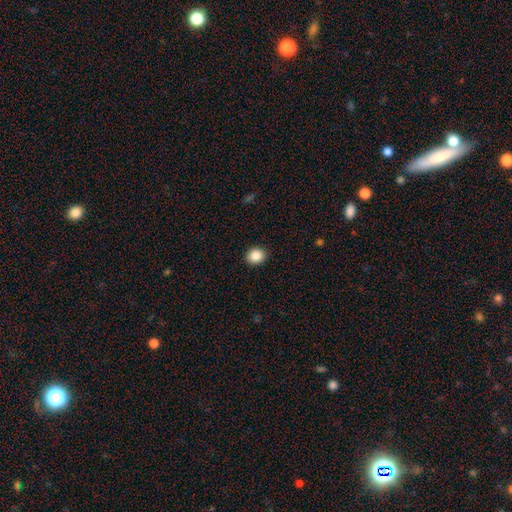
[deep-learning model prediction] Smooth or featured? smooth (87%)
How rounded? round (69%)
Merging? none (92%)